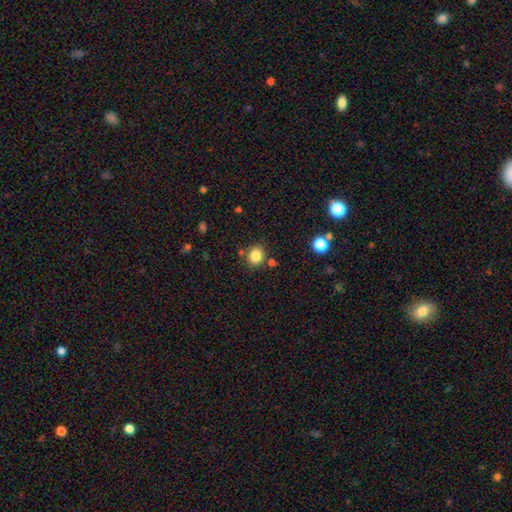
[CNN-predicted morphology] This appears to be a smooth galaxy with no disk features (83%) that is round (66%). Merging: none (78%).